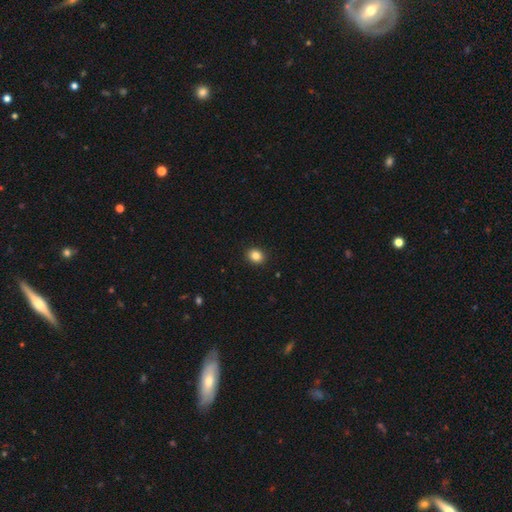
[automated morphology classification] The model was most divided on "how rounded": round: 66%, in between: 34%, cigar-shaped: 1%. More confident: merging — none (92%); smooth or featured — smooth (85%).